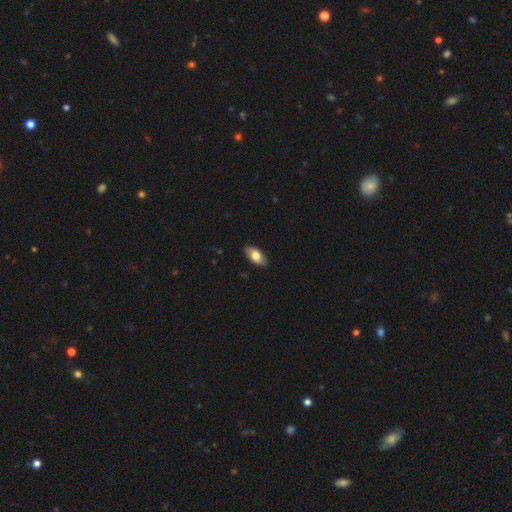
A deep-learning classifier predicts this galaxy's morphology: Overall: smooth (79%). How rounded: in between (92%). Merging: none (88%).